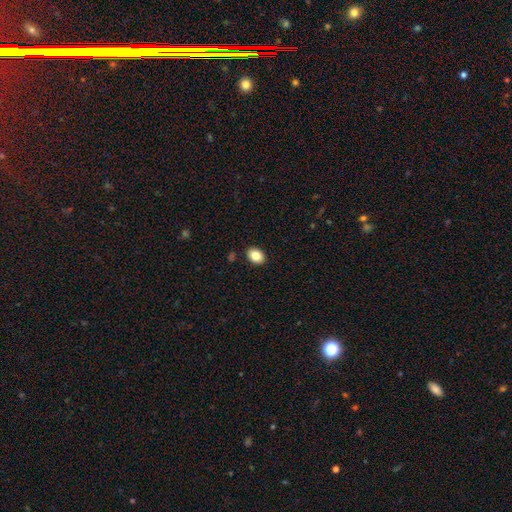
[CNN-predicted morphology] smooth 85%, star or artifact 8%, featured or disk 7%. Down the decision tree: how rounded — in between (77%); merging — none (90%).